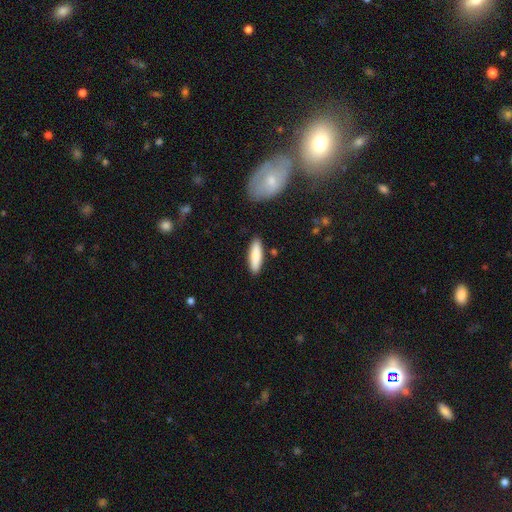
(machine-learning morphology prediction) This is clearly a smooth galaxy (85%). How rounded: possibly cigar-shaped (59%). Merging: clearly none (88%).